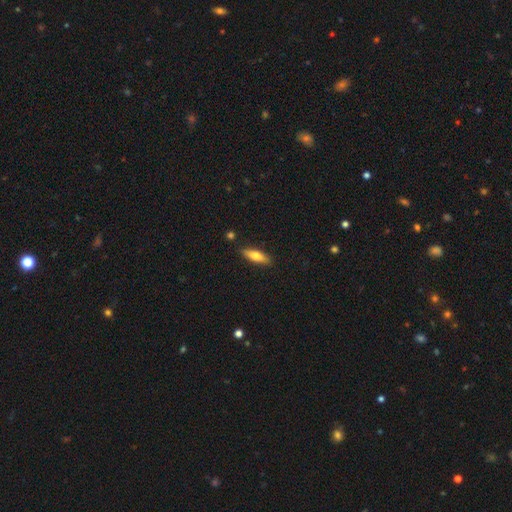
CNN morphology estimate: A smooth galaxy with no disk features (65%) that is cigar-shaped (53%).

Vote fractions:
- Smooth or featured? smooth: 65% / featured or disk: 29% / star or artifact: 6%
- How rounded? cigar-shaped: 53% / in between: 44% / round: 2%
- Merging? none: 86% / minor disturbance: 10% / merger: 2% / major disturbance: 2%